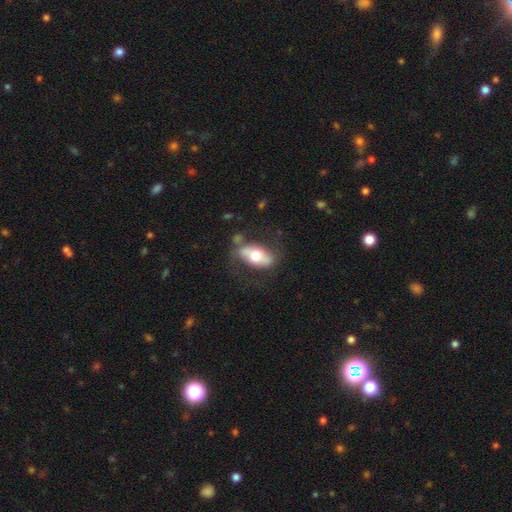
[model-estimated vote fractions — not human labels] smooth-or-featured: smooth: 50% | featured or disk: 44% | star or artifact: 6%
  how-rounded: in between: 87% | cigar-shaped: 8% | round: 6%
  merging: none: 65% | minor disturbance: 19% | major disturbance: 10% | merger: 6%